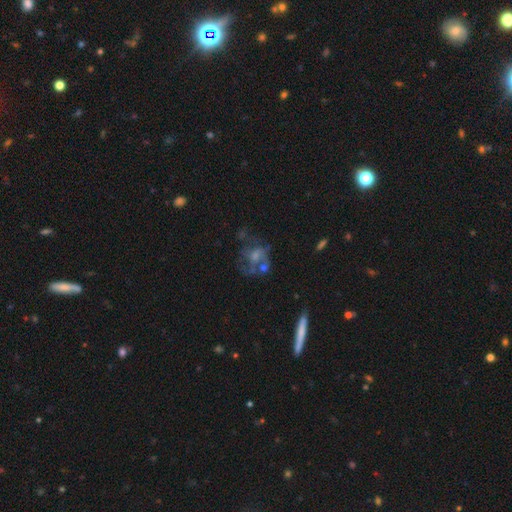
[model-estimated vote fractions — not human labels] Smooth or featured? Predicted: featured or disk (p=0.60). Edge-on disk? Predicted: no (p=0.93). Bar? Predicted: no (p=0.75). Spiral arms? Predicted: no (p=0.55). Bulge size? Predicted: moderate (p=0.39). Merging? Predicted: none (p=0.53).